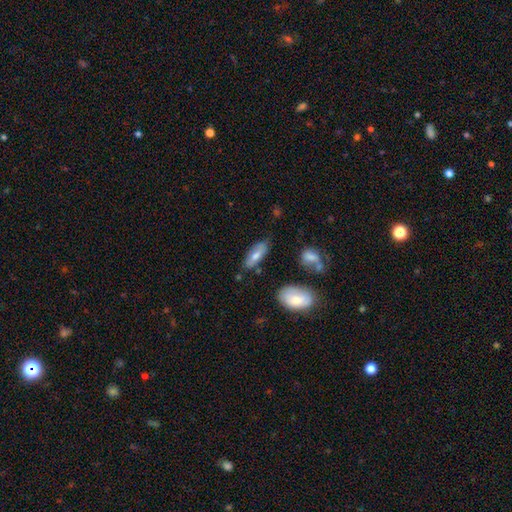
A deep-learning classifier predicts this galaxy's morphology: smooth-or-featured: smooth: 65% | featured or disk: 28% | star or artifact: 7%
  how-rounded: in between: 71% | cigar-shaped: 26% | round: 3%
  merging: none: 72% | minor disturbance: 18% | merger: 5% | major disturbance: 5%